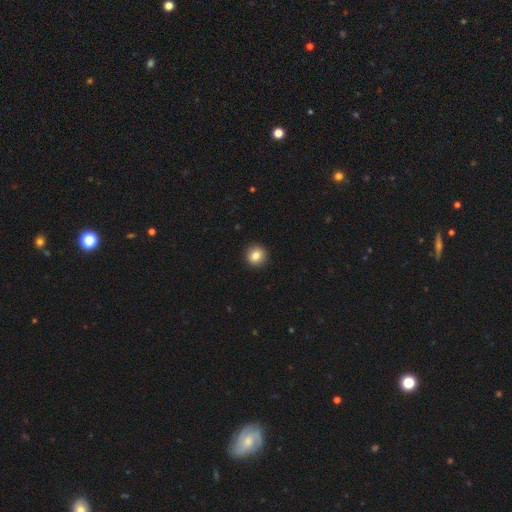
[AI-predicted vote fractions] Smooth or featured? Predicted: smooth (p=0.84). How rounded? Predicted: round (p=0.88). Merging? Predicted: none (p=0.92).